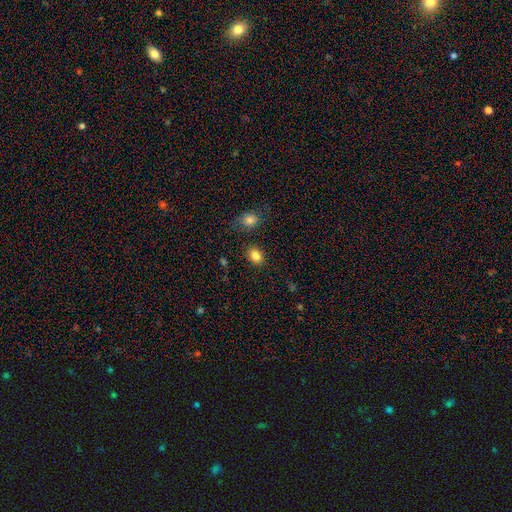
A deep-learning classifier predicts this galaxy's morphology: Smooth or featured: smooth — 85% (star or artifact — 10%)
How rounded: in between — 57% (round — 42%)
Merging: none — 83% (minor disturbance — 10%)